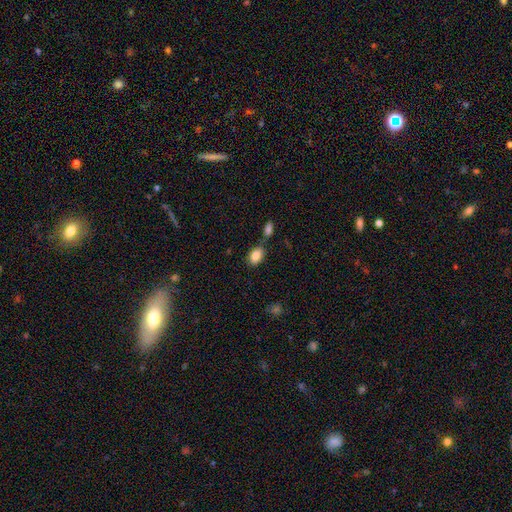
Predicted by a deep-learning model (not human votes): This appears to be a smooth galaxy with no disk features (86%) that is in between round and cigar-shaped (88%). Merging: none (65%).